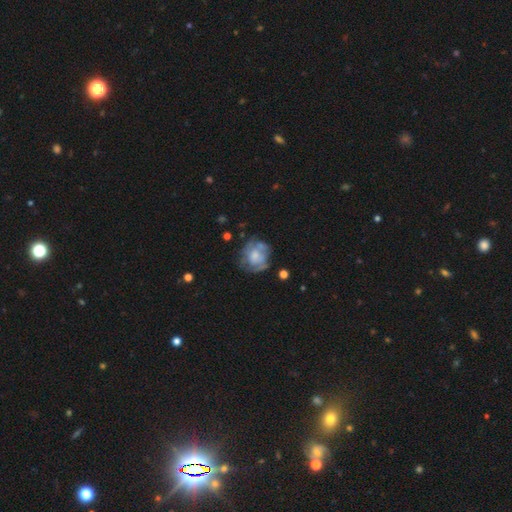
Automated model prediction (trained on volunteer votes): Q: Smooth or featured?
A: featured or disk (53%); runner-up: smooth (39%)
Q: Edge-on disk?
A: no (97%); runner-up: yes (3%)
Q: Bar?
A: no (84%); runner-up: weak (14%)
Q: Spiral arms?
A: no (61%); runner-up: yes (39%)
Q: Bulge size?
A: moderate (42%); runner-up: small (23%)
Q: Merging?
A: none (56%); runner-up: minor disturbance (24%)